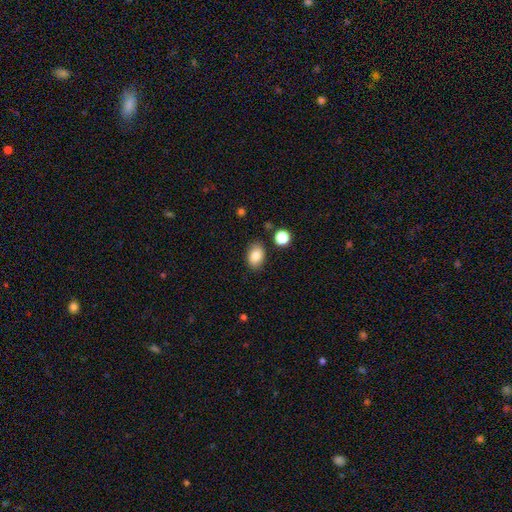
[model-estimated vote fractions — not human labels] smooth 84%, star or artifact 9%, featured or disk 7%. Down the decision tree: how rounded — in between (83%); merging — none (85%).